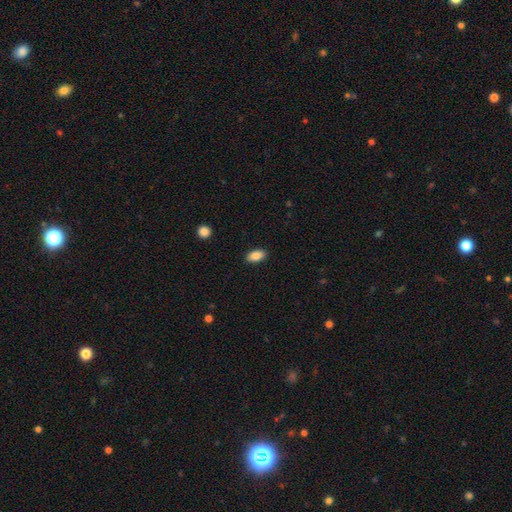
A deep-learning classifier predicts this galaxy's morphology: Q: Smooth or featured?
A: smooth (85%); runner-up: star or artifact (8%)
Q: How rounded?
A: in between (92%); runner-up: round (5%)
Q: Merging?
A: none (89%); runner-up: minor disturbance (8%)